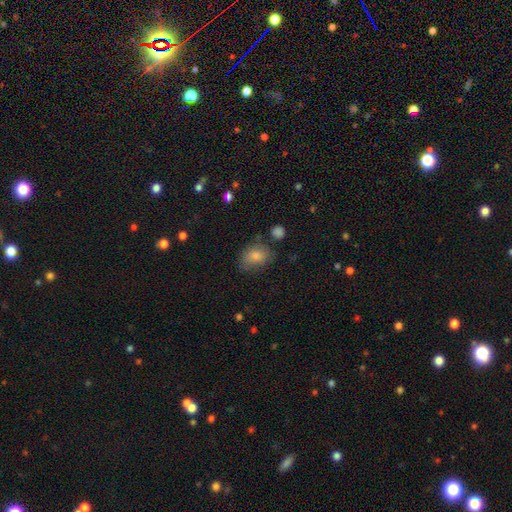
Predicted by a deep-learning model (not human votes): This is likely a smooth galaxy (77%). How rounded: likely in between (80%). Merging: likely none (60%).